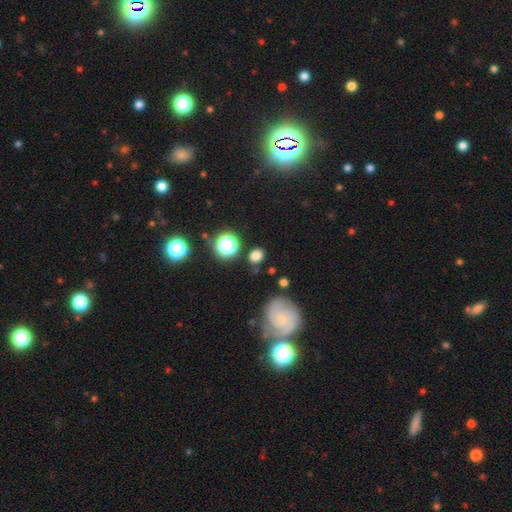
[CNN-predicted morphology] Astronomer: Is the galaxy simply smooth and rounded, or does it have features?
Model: smooth — 72%.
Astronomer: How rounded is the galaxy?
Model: round — 58% (runner-up: in between, 40%).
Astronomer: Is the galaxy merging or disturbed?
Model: none — 80%.